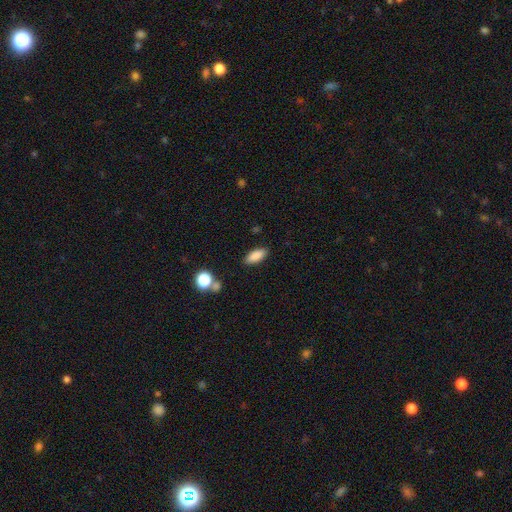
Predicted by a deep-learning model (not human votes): A smooth galaxy with no disk features (86%) that is in between round and cigar-shaped (79%).

Vote fractions:
- Smooth or featured? smooth: 86% / star or artifact: 8% / featured or disk: 6%
- How rounded? in between: 79% / cigar-shaped: 18% / round: 3%
- Merging? none: 86% / minor disturbance: 9% / major disturbance: 3% / merger: 2%